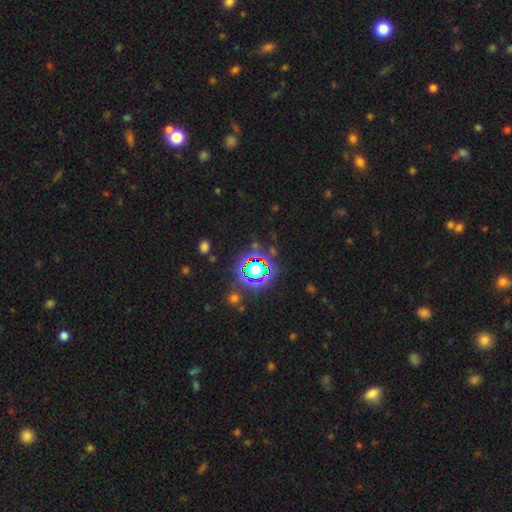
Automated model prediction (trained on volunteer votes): Smooth or featured?
  - star or artifact: 79% *
  - smooth: 13%
  - featured or disk: 8%